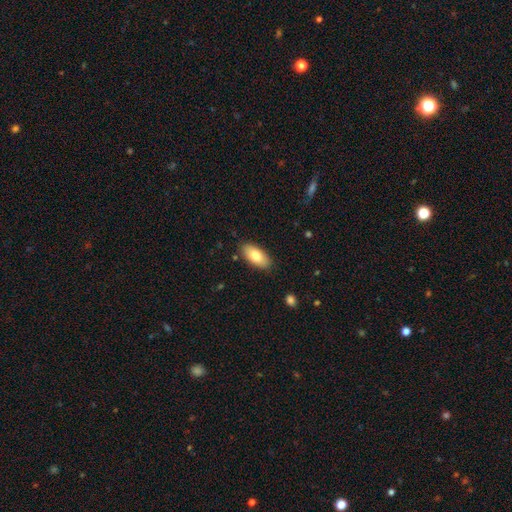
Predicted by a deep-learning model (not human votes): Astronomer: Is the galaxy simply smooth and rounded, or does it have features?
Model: smooth — 79%.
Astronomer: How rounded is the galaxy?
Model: in between — 91%.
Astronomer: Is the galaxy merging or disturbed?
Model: none — 86%.